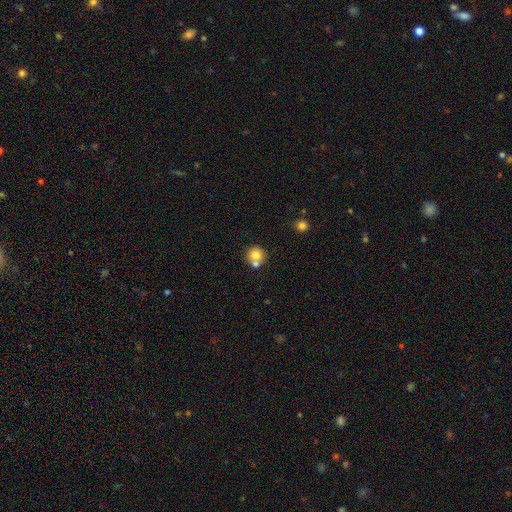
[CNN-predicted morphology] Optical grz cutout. It shows a smooth galaxy with no disk features (74%) that is round (90%). Merging: none (55%).